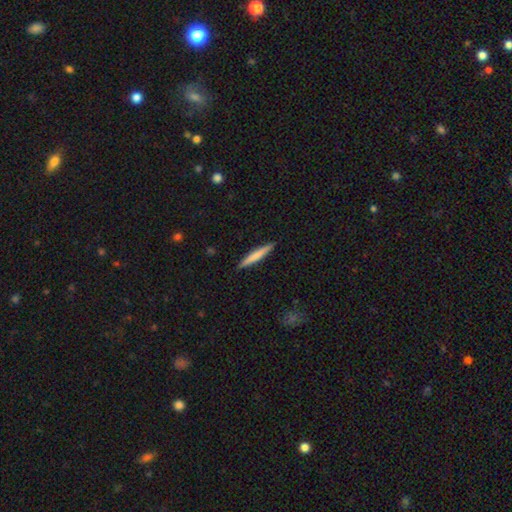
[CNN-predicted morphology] The model was most divided on "smooth or featured": smooth: 68%, featured or disk: 27%, star or artifact: 5%. More confident: how rounded — cigar-shaped (95%); merging — none (91%).